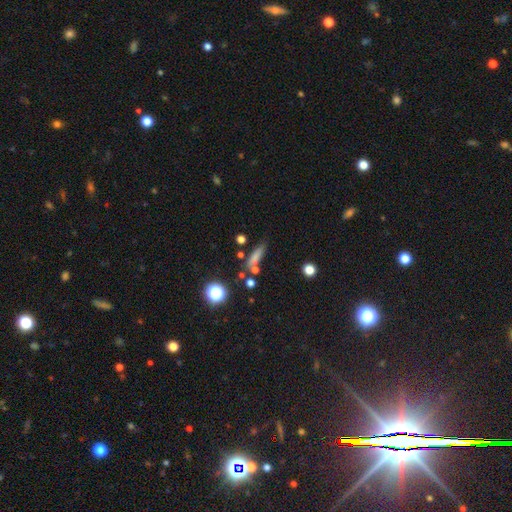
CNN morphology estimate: Smooth or featured?
  - smooth: 70% *
  - star or artifact: 16%
  - featured or disk: 14%
How rounded?
  - cigar-shaped: 70% *
  - in between: 22%
  - round: 8%
Merging?
  - none: 71% *
  - minor disturbance: 16%
  - merger: 8%
  - major disturbance: 5%